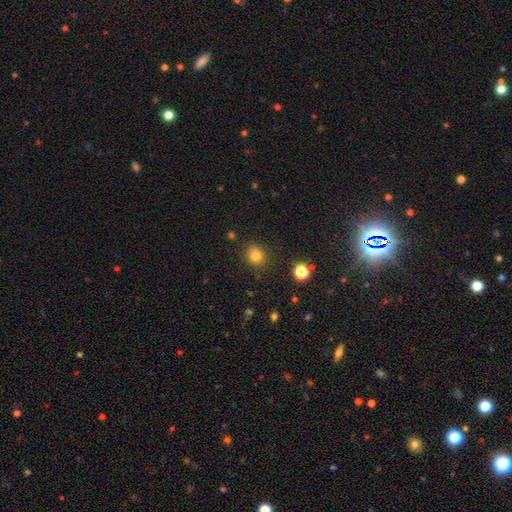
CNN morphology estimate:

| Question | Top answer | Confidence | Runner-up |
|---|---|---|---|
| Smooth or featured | smooth | 80% | star or artifact (14%) |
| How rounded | round | 81% | in between (19%) |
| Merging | none | 84% | minor disturbance (10%) |